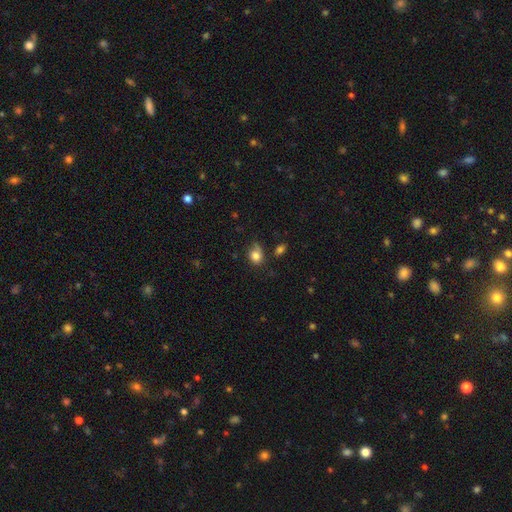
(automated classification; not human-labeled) Smooth or featured: smooth — 79% (featured or disk — 11%)
How rounded: round — 53% (in between — 46%)
Merging: none — 48% (minor disturbance — 32%)